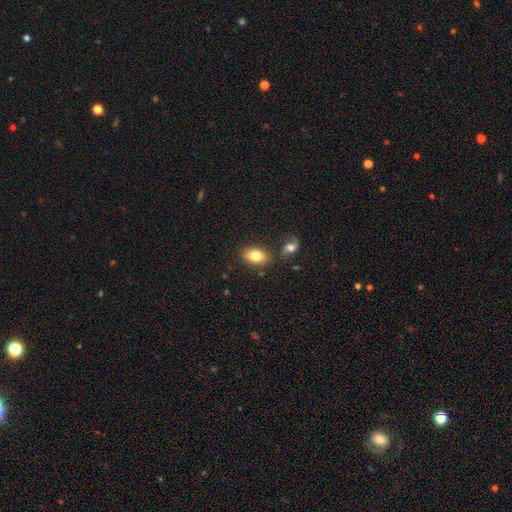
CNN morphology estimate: This appears to be a smooth galaxy with no disk features (80%) that is in between round and cigar-shaped (84%). Merging: none (76%).